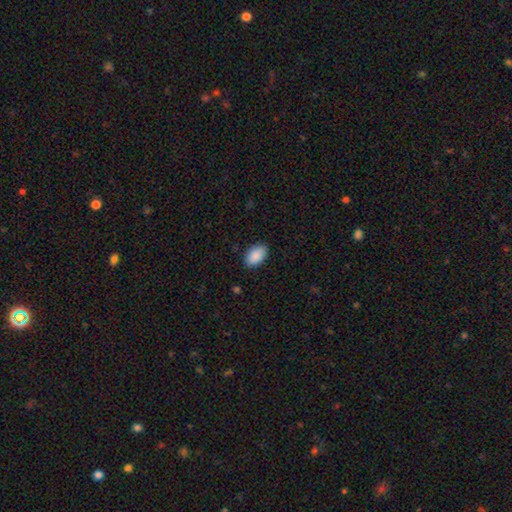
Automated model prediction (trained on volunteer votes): Morphology: type=smooth (91%); roundness=in between (92%); merging=none (87%).